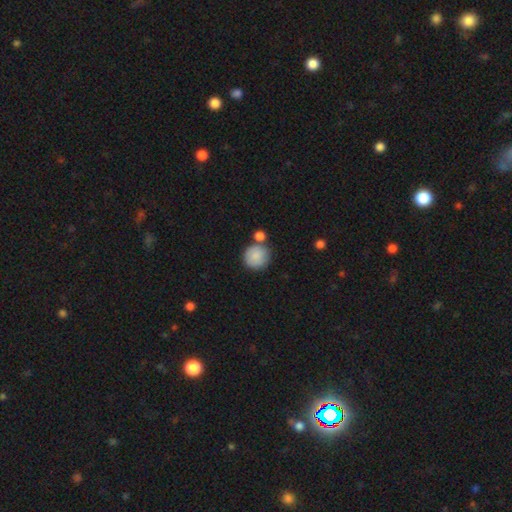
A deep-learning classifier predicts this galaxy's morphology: A smooth galaxy with no disk features (86%) that is round (92%). Merging: none (66%).